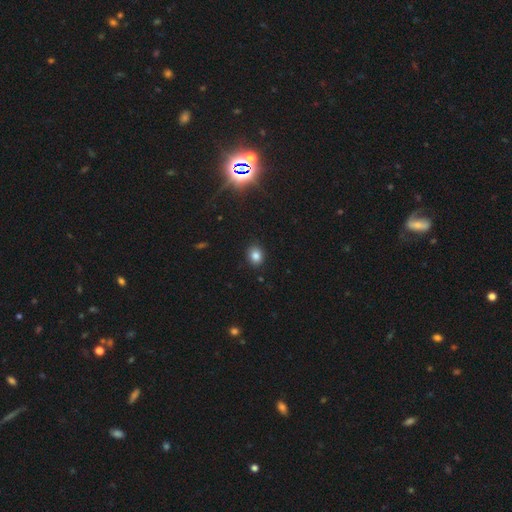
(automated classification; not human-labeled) smooth 82%, star or artifact 12%, featured or disk 6%. Down the decision tree: how rounded — round (56%); merging — none (89%).